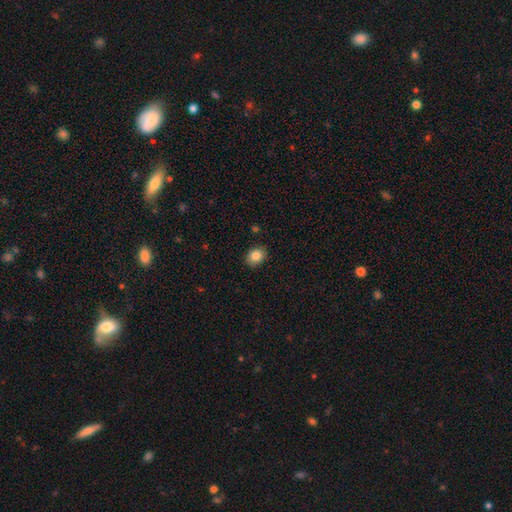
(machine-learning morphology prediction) Q: Smooth or featured?
A: smooth (86%); runner-up: star or artifact (9%)
Q: How rounded?
A: in between (52%); runner-up: round (47%)
Q: Merging?
A: none (86%); runner-up: minor disturbance (10%)